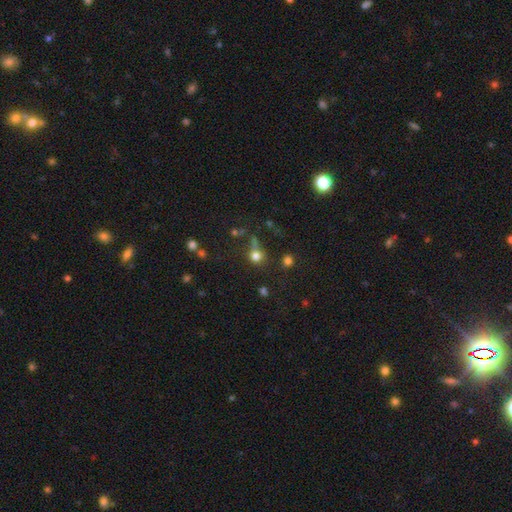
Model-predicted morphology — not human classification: smooth-or-featured: smooth: 72% | star or artifact: 19% | featured or disk: 9%
  how-rounded: round: 84% | in between: 15% | cigar-shaped: 2%
  merging: none: 57% | minor disturbance: 17% | merger: 14% | major disturbance: 12%